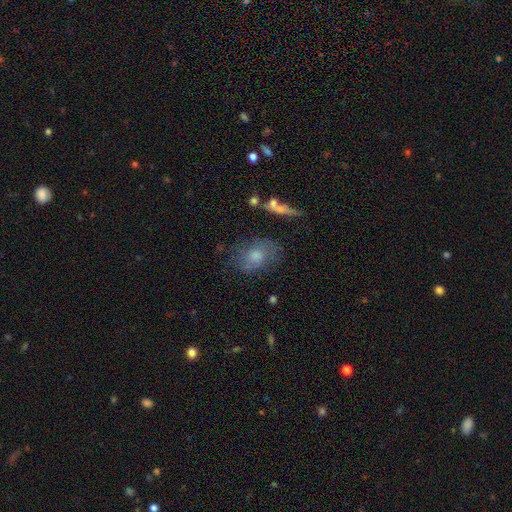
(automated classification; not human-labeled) smooth 50%, featured or disk 34%, star or artifact 16%. Down the decision tree: how rounded — in between (63%); merging — none (68%).